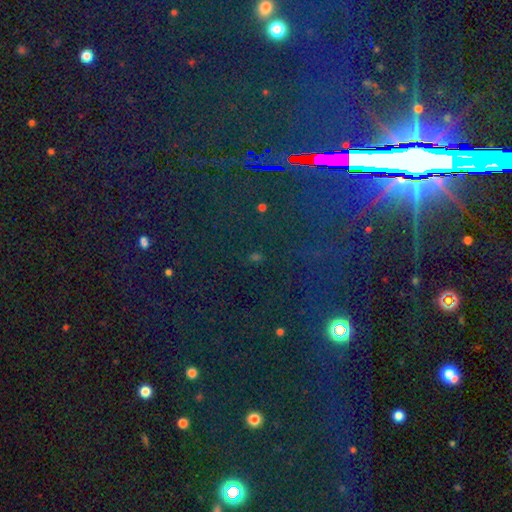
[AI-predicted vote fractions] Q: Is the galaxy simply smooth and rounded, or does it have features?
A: star or artifact — 78%.